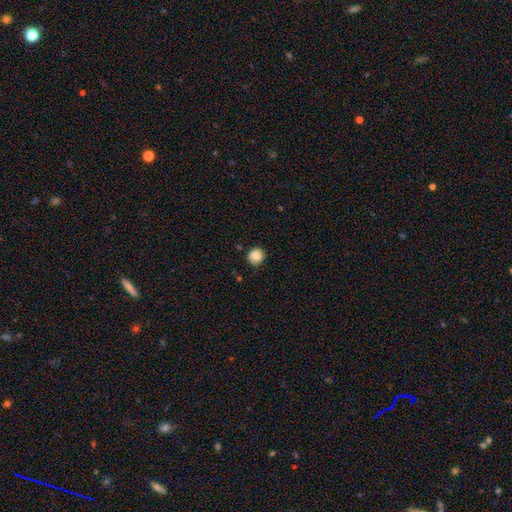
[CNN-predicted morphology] Smooth or featured: smooth — 86% (star or artifact — 9%)
How rounded: round — 90% (in between — 9%)
Merging: none — 84% (minor disturbance — 12%)